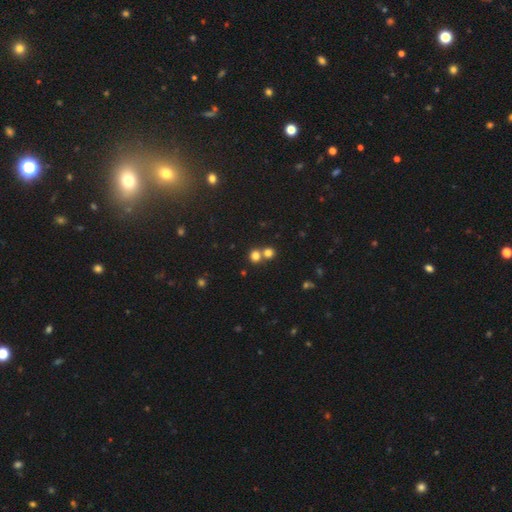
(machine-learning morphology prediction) A smooth galaxy with no disk features (77%) that is round (85%).

Vote fractions:
- Smooth or featured? smooth: 77% / star or artifact: 15% / featured or disk: 7%
- How rounded? round: 85% / in between: 14% / cigar-shaped: 1%
- Merging? none: 54% / merger: 39% / minor disturbance: 5% / major disturbance: 2%